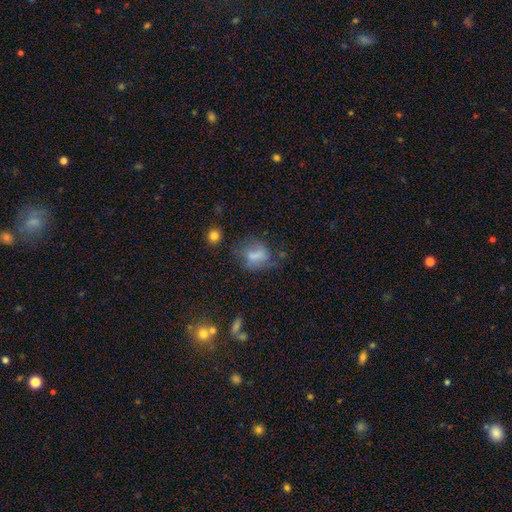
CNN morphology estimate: type=smooth (60%); roundness=in between (62%); merging=none (43%).